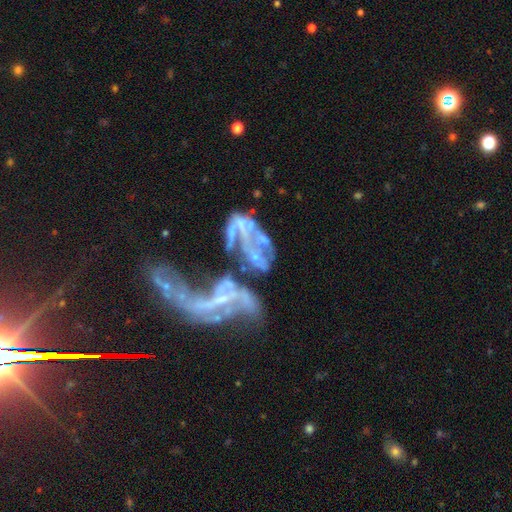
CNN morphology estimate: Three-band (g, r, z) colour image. It shows a featured or disk galaxy (69%) with no bar (77%), no spiral arms (66%) and no central bulge (59%). Merging: merger (50%).